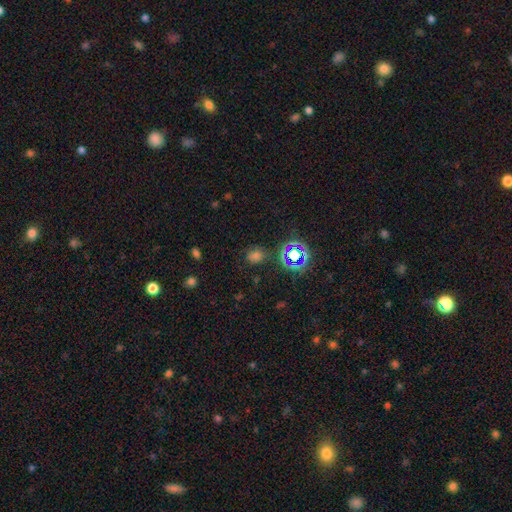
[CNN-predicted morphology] type=smooth (48%); merging=none (79%).